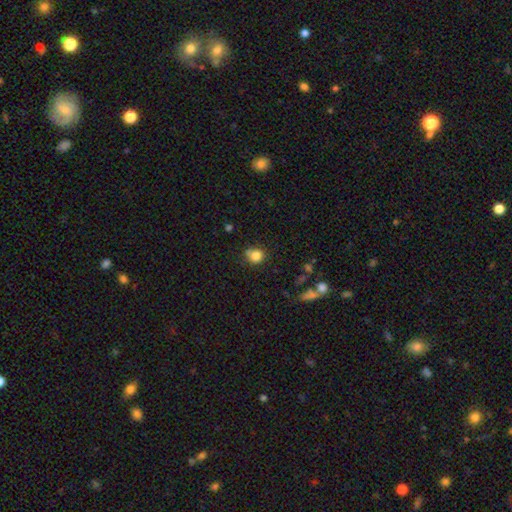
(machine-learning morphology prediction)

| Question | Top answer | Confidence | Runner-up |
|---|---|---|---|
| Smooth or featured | smooth | 82% | star or artifact (11%) |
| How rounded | round | 81% | in between (18%) |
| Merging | none | 65% | minor disturbance (19%) |